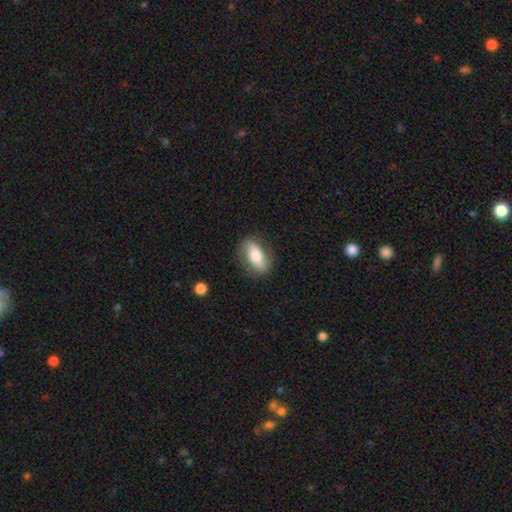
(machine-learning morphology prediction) Smooth or featured? Predicted: smooth (p=0.51). How rounded? Predicted: in between (p=0.80). Merging? Predicted: none (p=0.81).